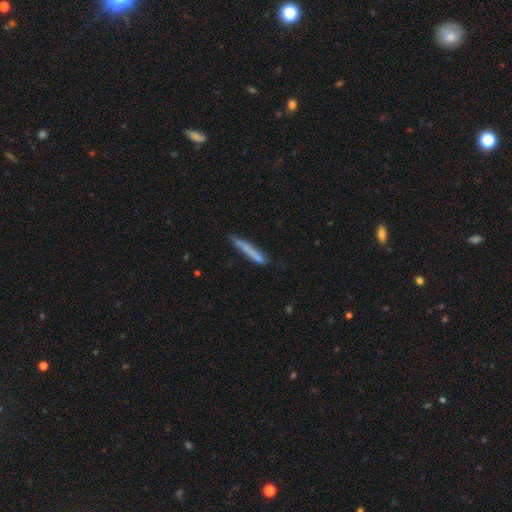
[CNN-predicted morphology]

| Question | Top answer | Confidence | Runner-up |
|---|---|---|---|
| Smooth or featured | smooth | 70% | featured or disk (23%) |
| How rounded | cigar-shaped | 96% | in between (3%) |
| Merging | none | 72% | minor disturbance (21%) |